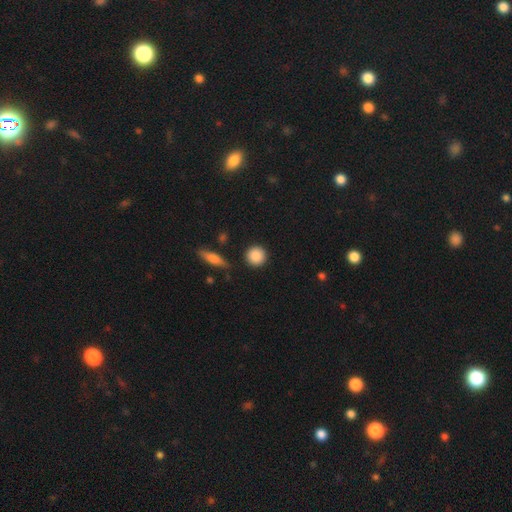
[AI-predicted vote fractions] This appears to be a smooth galaxy with no disk features (88%) that is round (93%). Merging: none (89%).